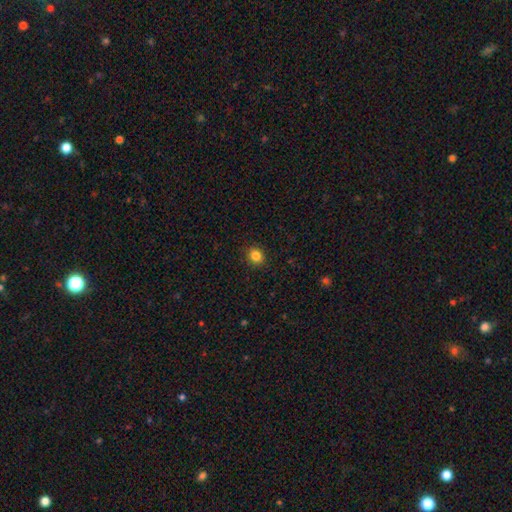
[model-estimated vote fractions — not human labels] A smooth galaxy with no disk features (85%) that is round (70%).

Vote fractions:
- Smooth or featured? smooth: 85% / star or artifact: 11% / featured or disk: 4%
- How rounded? round: 70% / in between: 29% / cigar-shaped: 1%
- Merging? none: 90% / minor disturbance: 7% / major disturbance: 2% / merger: 1%